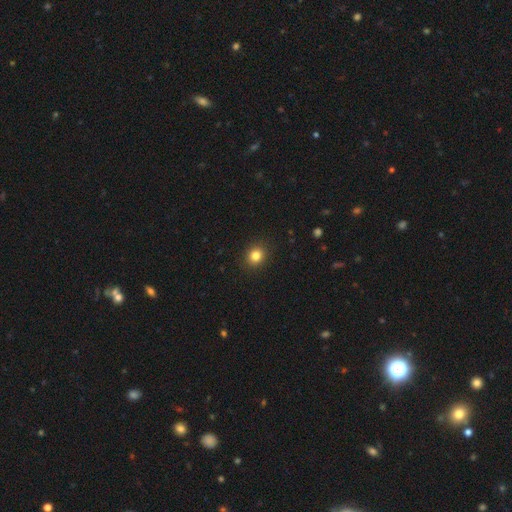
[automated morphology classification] type=smooth (82%); roundness=round (78%); merging=none (91%).